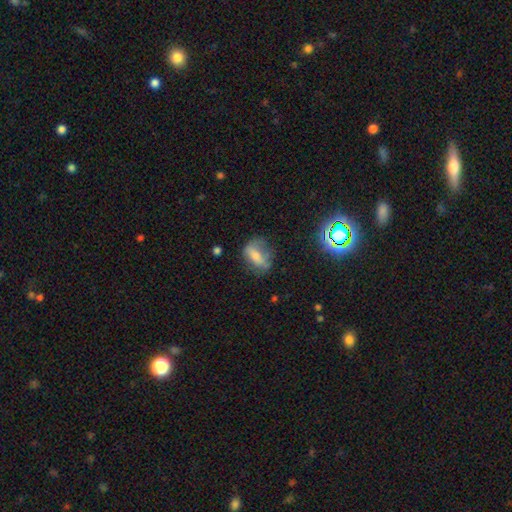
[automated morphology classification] Q: Smooth or featured?
A: smooth (53%); runner-up: featured or disk (35%)
Q: How rounded?
A: in between (71%); runner-up: round (21%)
Q: Merging?
A: none (51%); runner-up: minor disturbance (29%)